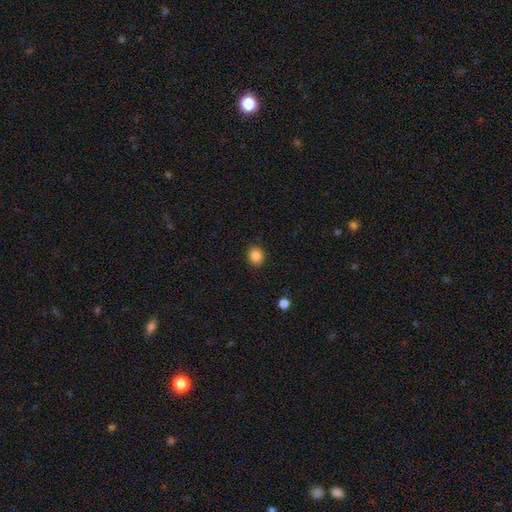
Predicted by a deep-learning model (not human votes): smooth 86%, star or artifact 10%, featured or disk 4%. Down the decision tree: how rounded — round (66%); merging — none (89%).